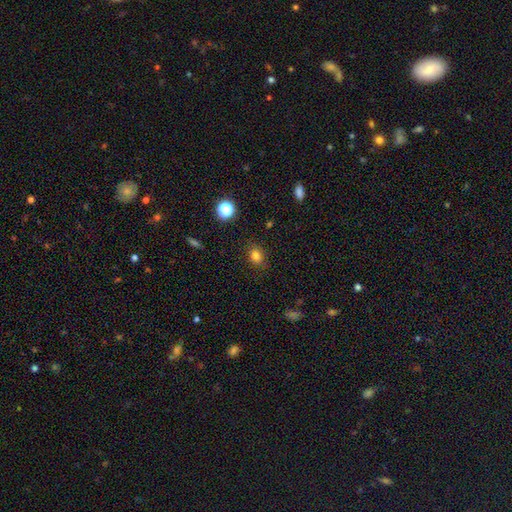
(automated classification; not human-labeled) Smooth or featured? Predicted: smooth (p=0.80). How rounded? Predicted: round (p=0.57). Merging? Predicted: none (p=0.86).